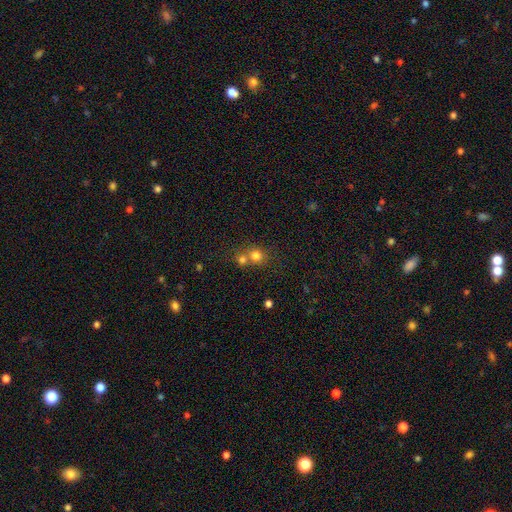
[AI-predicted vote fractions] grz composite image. It shows a smooth galaxy with no disk features (77%) that is round (87%). Merging: none (48%).